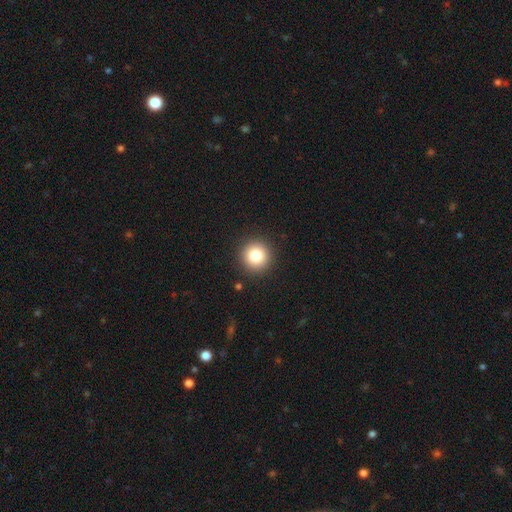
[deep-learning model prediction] This appears to be a smooth galaxy with no disk features (83%) that is round (95%). Merging: none (91%).